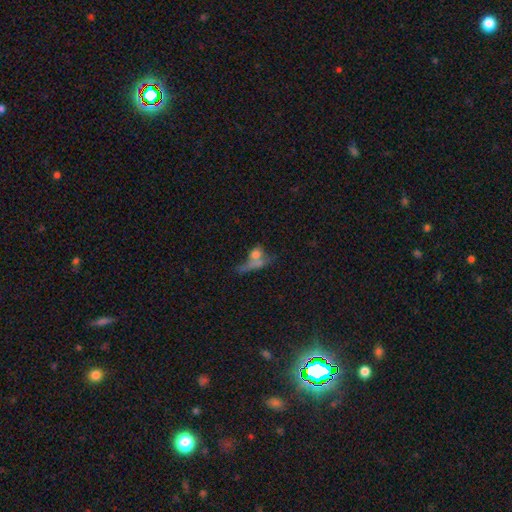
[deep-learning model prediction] Smooth or featured? smooth (56%)
How rounded? in between (41%)
Merging? merger (41%)